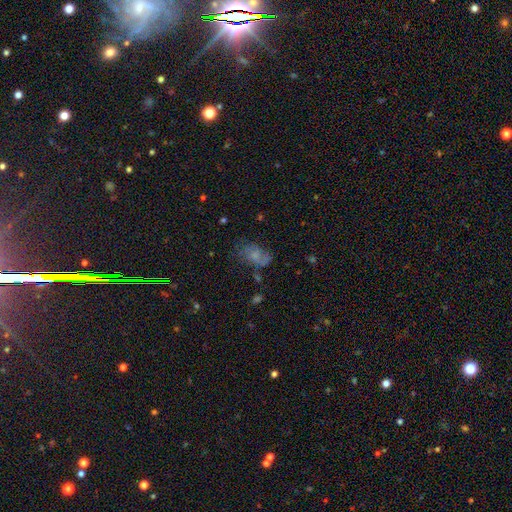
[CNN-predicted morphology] Overall: smooth (47%; featured or disk 37%). Merging: none (46%; minor disturbance 26%).